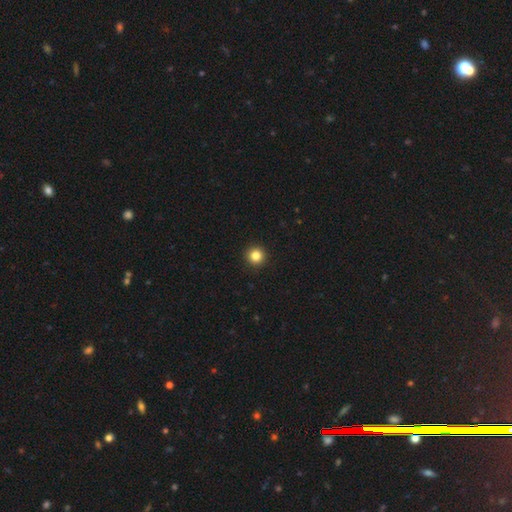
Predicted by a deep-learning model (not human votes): smooth 84%, star or artifact 11%, featured or disk 5%. Down the decision tree: how rounded — round (96%); merging — none (94%).